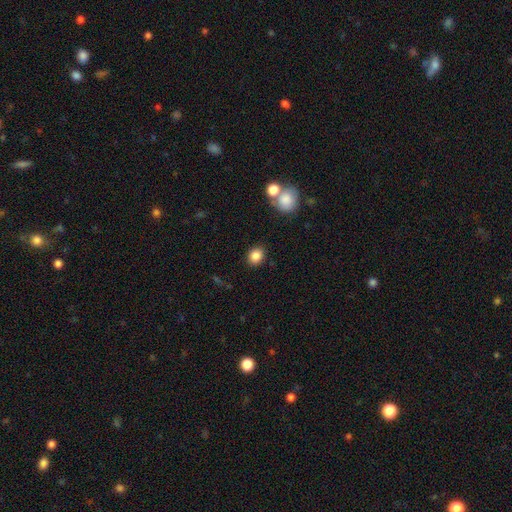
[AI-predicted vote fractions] This is clearly a smooth galaxy (85%). How rounded: possibly round (56%). Merging: clearly none (85%).